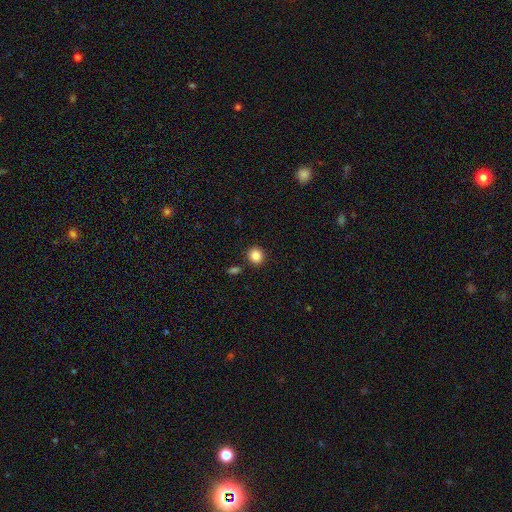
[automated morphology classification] Smooth or featured?
  - smooth: 87% *
  - star or artifact: 9%
  - featured or disk: 4%
How rounded?
  - round: 81% *
  - in between: 18%
  - cigar-shaped: 1%
Merging?
  - none: 87% *
  - minor disturbance: 7%
  - merger: 4%
  - major disturbance: 2%